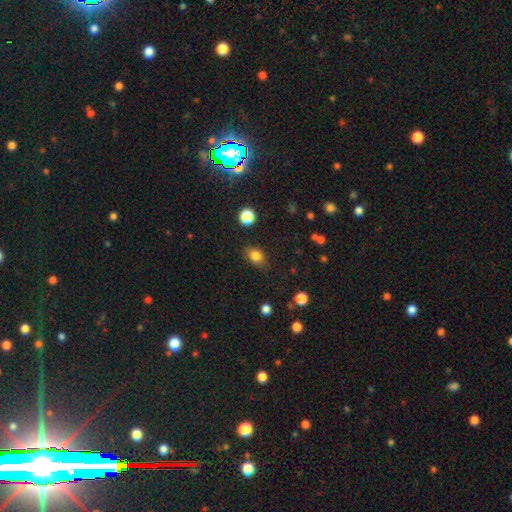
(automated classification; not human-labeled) Smooth or featured: smooth — 83% (star or artifact — 11%)
How rounded: in between — 71% (round — 27%)
Merging: none — 79% (minor disturbance — 15%)